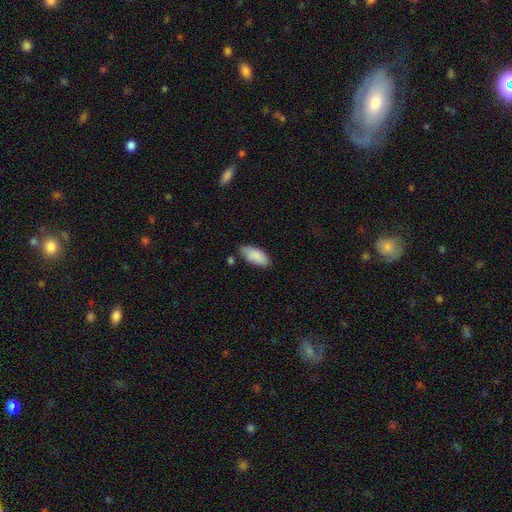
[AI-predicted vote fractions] Q: Smooth or featured?
A: smooth (88%); runner-up: star or artifact (6%)
Q: How rounded?
A: in between (88%); runner-up: cigar-shaped (10%)
Q: Merging?
A: none (70%); runner-up: minor disturbance (22%)